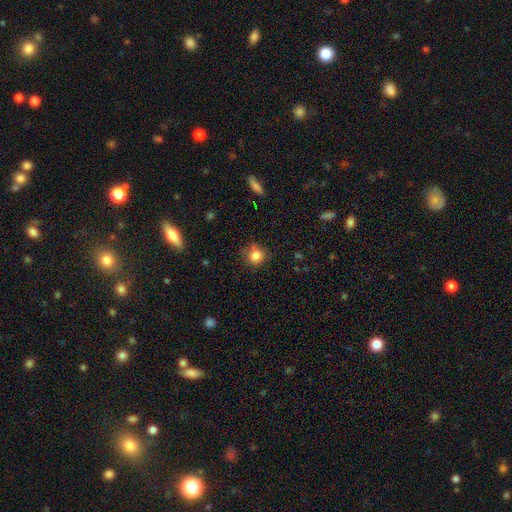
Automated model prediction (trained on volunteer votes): Smooth or featured: smooth — 82% (star or artifact — 11%)
How rounded: round — 86% (in between — 13%)
Merging: none — 70% (minor disturbance — 19%)